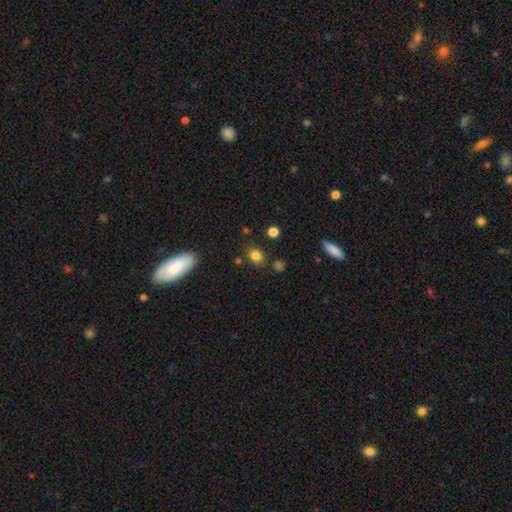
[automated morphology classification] type=smooth (81%); roundness=round (59%); merging=none (80%).